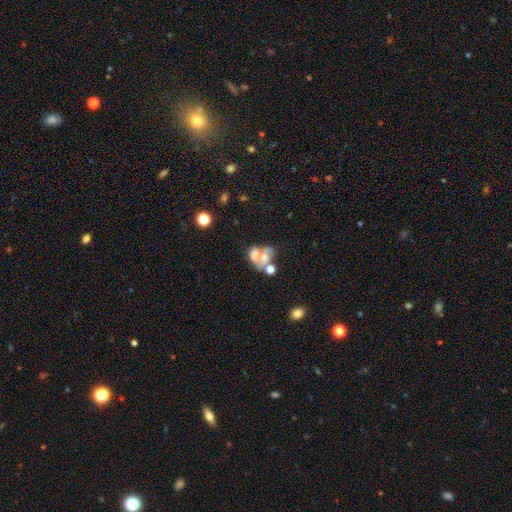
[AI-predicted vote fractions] smooth_or_featured: smooth (p=0.46) [alt: featured or disk p=0.41]
merging: merger (p=0.62) [alt: none p=0.17]